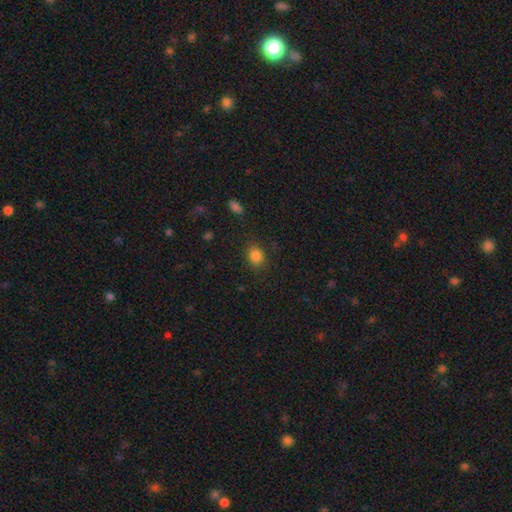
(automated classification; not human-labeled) smooth 84%, star or artifact 12%, featured or disk 5%. Down the decision tree: how rounded — round (52%); merging — none (82%).